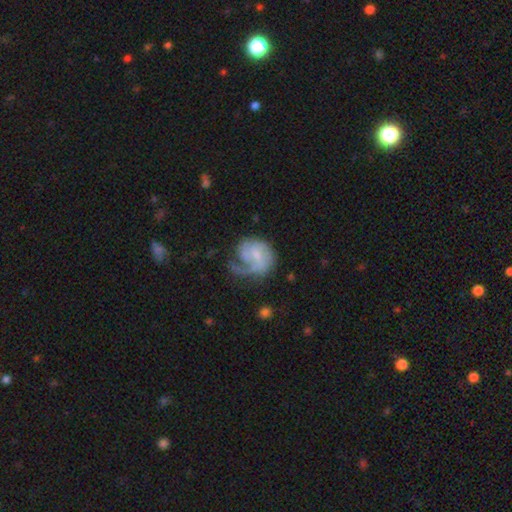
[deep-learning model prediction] This is likely a featured or disk galaxy (69%). It is clearly not viewed edge-on (98%). Bar: possibly no (53%). Spiral arm pattern: clearly yes (84%). Spiral arm count: possibly 1 (48%). Spiral winding: marginally medium (38%). Central bulge: possibly small (53%). Merging: marginally major disturbance (39%).